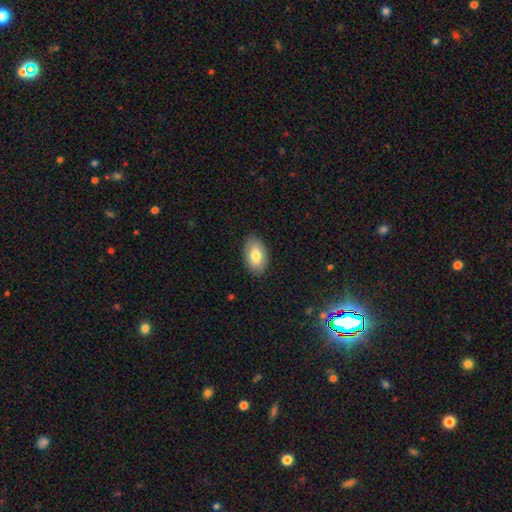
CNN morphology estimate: Smooth or featured? Predicted: smooth (p=0.78). How rounded? Predicted: in between (p=0.93). Merging? Predicted: none (p=0.87).